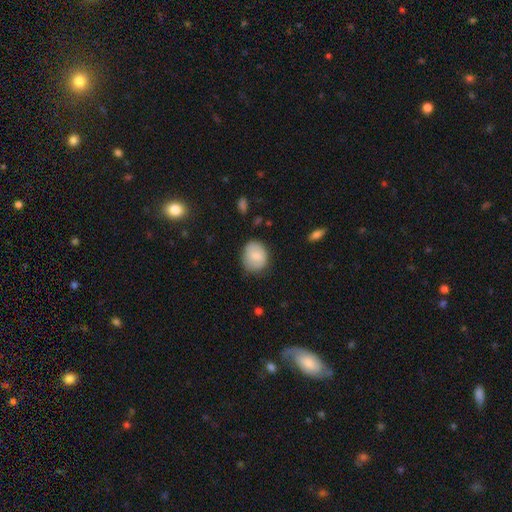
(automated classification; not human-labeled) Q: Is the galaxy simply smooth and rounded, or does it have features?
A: smooth — 81%.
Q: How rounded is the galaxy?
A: round — 63%.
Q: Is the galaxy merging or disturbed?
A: none — 74%.